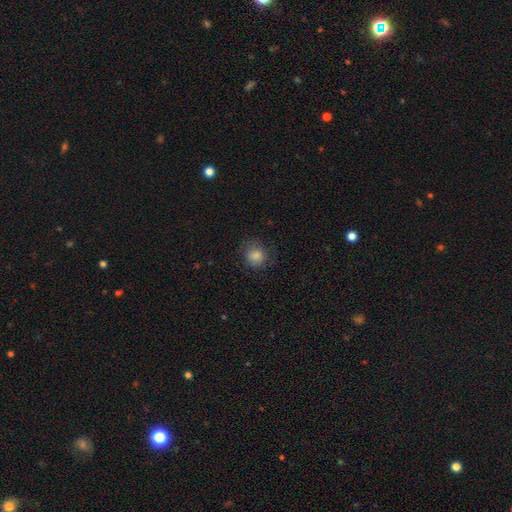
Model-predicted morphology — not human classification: This appears to be a smooth galaxy with no disk features (85%) that is round (83%). Merging: none (76%).